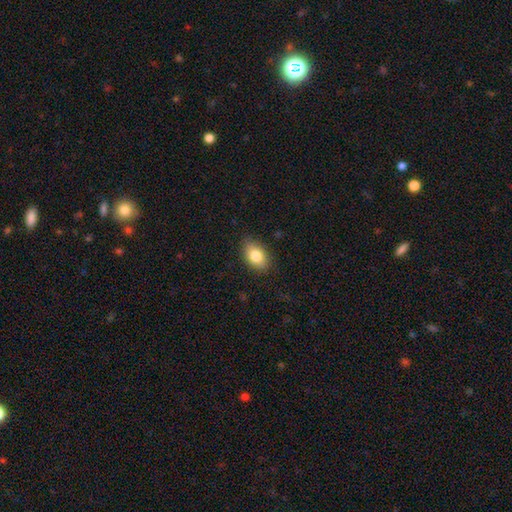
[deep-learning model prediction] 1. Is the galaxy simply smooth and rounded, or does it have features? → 82% smooth, 10% featured or disk, 8% star or artifact.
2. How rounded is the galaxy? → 87% in between, 12% round, 2% cigar-shaped.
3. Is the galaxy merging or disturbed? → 84% none, 12% minor disturbance, 2% major disturbance, 1% merger.